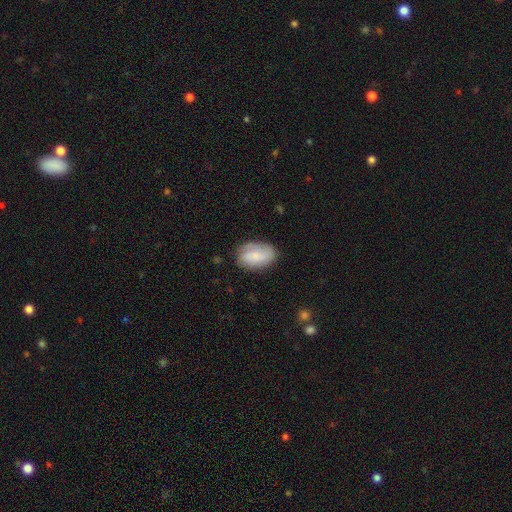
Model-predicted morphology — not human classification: The model was most divided on "smooth or featured": smooth: 63%, featured or disk: 30%, star or artifact: 7%. More confident: how rounded — in between (88%); merging — none (70%).